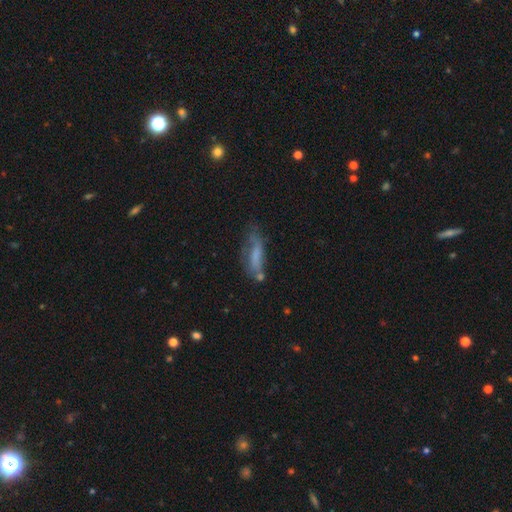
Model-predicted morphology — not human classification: Smooth or featured: smooth — 55% (featured or disk — 35%)
How rounded: cigar-shaped — 49% (tied with in between — 49%)
Merging: none — 42% (minor disturbance — 28%)